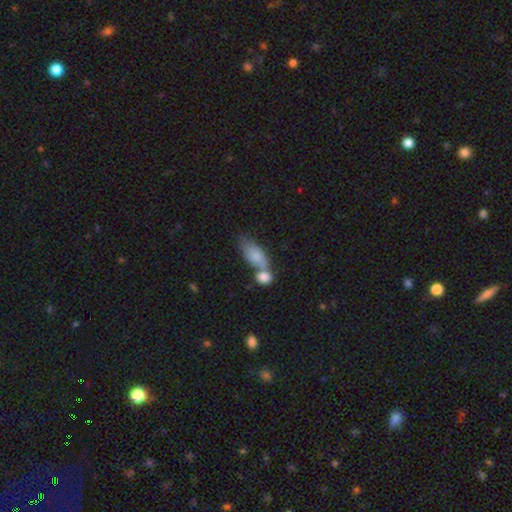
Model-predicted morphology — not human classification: smooth_or_featured: smooth (p=0.79) [alt: featured or disk p=0.14]
how_rounded: in between (p=0.85) [alt: cigar-shaped p=0.09]
merging: merger (p=0.54) [alt: none p=0.26]